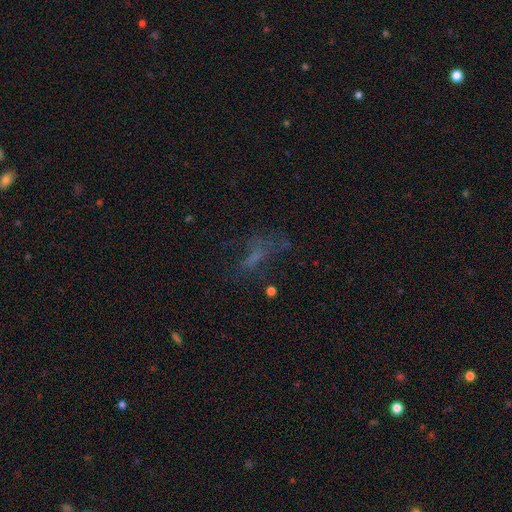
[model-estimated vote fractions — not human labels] A smooth galaxy with no disk features (37%). Merging: none (44%).